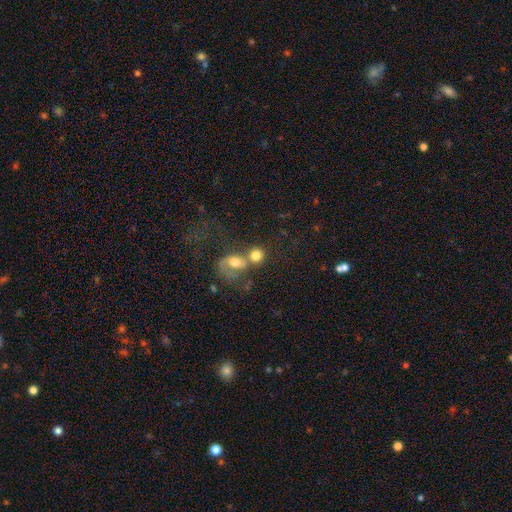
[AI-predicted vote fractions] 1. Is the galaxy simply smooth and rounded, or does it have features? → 72% smooth, 17% featured or disk, 11% star or artifact.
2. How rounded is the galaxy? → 76% round, 22% in between, 1% cigar-shaped.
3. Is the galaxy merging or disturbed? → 55% merger, 30% none, 8% minor disturbance, 7% major disturbance.